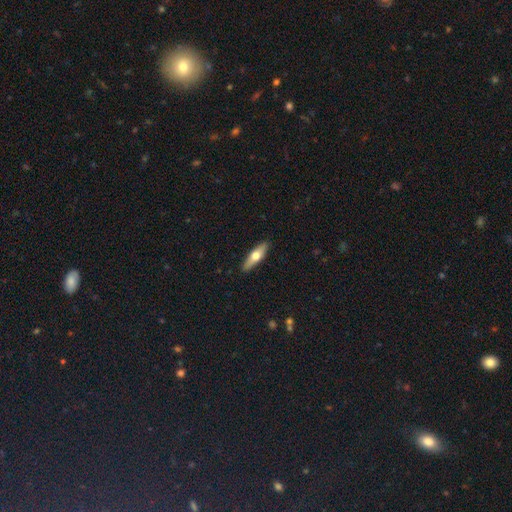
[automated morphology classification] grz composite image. It shows a smooth galaxy with no disk features (54%) that is cigar-shaped (60%). Merging: none (90%).